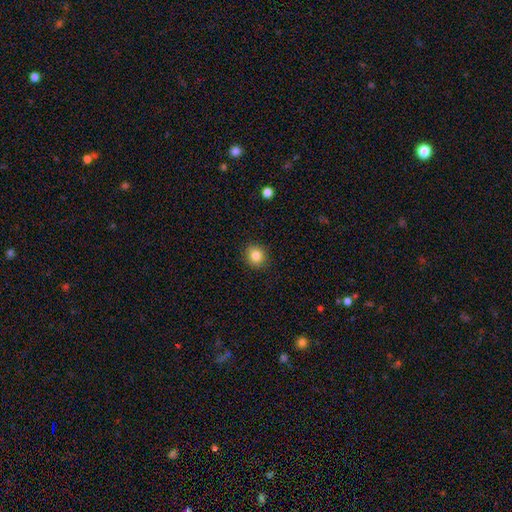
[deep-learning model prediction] Smooth or featured?
  - smooth: 83% *
  - star or artifact: 10%
  - featured or disk: 6%
How rounded?
  - round: 86% *
  - in between: 13%
  - cigar-shaped: 1%
Merging?
  - none: 90% *
  - minor disturbance: 7%
  - major disturbance: 2%
  - merger: 1%